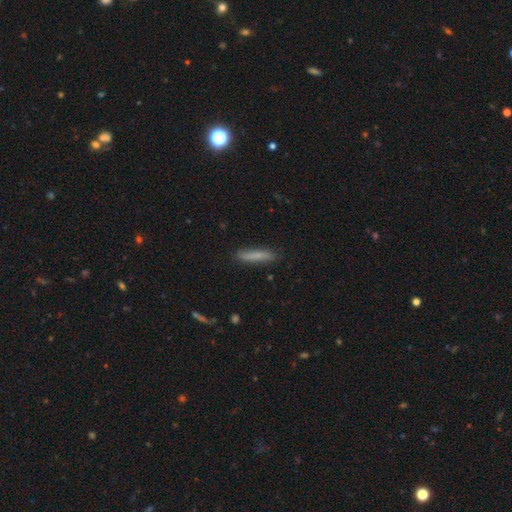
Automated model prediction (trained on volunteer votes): This is likely a smooth galaxy (76%). How rounded: clearly cigar-shaped (89%). Merging: clearly none (86%).